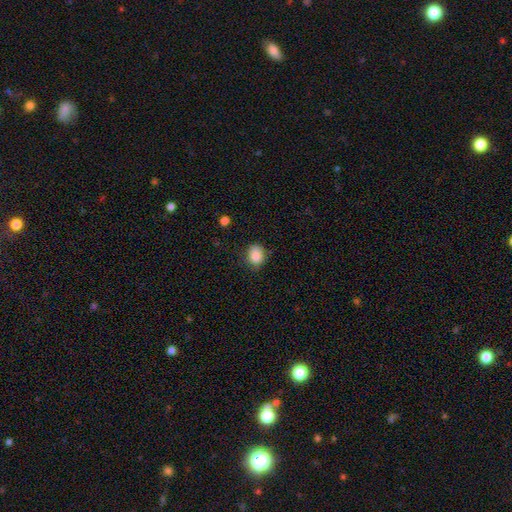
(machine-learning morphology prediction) smooth 87%, star or artifact 9%, featured or disk 4%. Down the decision tree: how rounded — in between (50%); merging — none (76%).